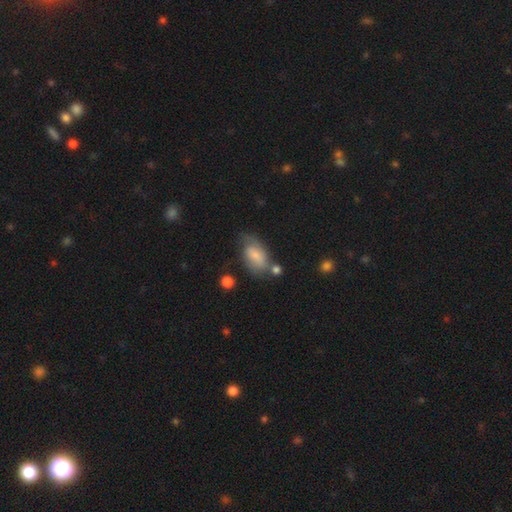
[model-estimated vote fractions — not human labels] Smooth or featured? smooth (65%)
How rounded? in between (90%)
Merging? none (47%)